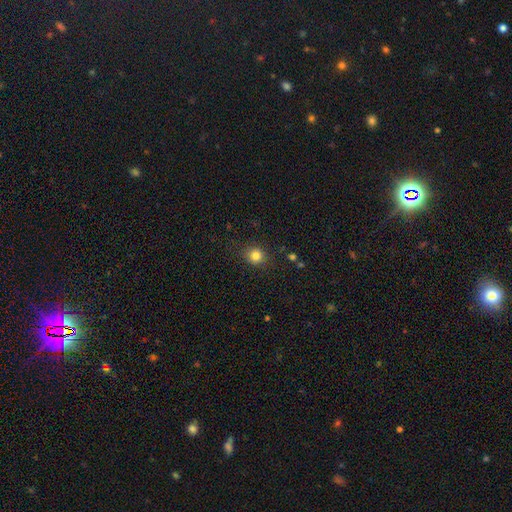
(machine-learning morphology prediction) The model was most divided on "how rounded": round: 83%, in between: 16%, cigar-shaped: 1%. More confident: merging — none (86%); smooth or featured — smooth (82%).